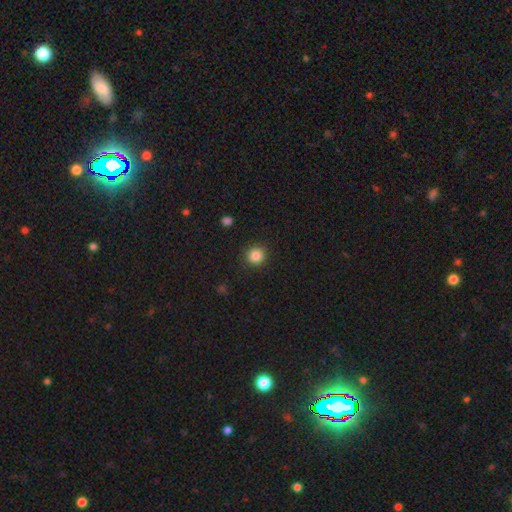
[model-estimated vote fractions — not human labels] smooth 85%, star or artifact 11%, featured or disk 4%. Down the decision tree: how rounded — round (93%); merging — none (90%).